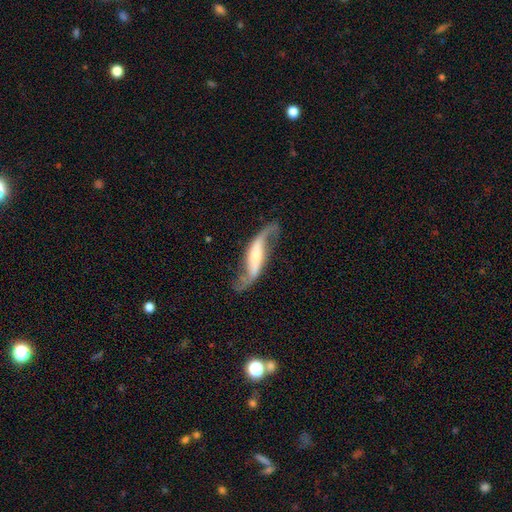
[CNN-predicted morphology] smooth-or-featured: featured or disk: 87% | smooth: 8% | star or artifact: 5%
  disk-edge-on: no: 86% | yes: 14%
    bar: strong: 44% | weak: 31% | no: 26%
    has-spiral-arms: yes: 96% | no: 4%
      spiral-winding: loose: 88% | medium: 9% | tight: 3%
      spiral-arm-count: 2: 92% | 1: 3% | can't tell: 2% | 3: 1% | 4: 1% | more than 4: 1%
    bulge-size: small: 36% | moderate: 31% | none: 17% | large: 13% | dominant: 4%
  merging: none: 69% | minor disturbance: 17% | major disturbance: 11% | merger: 3%